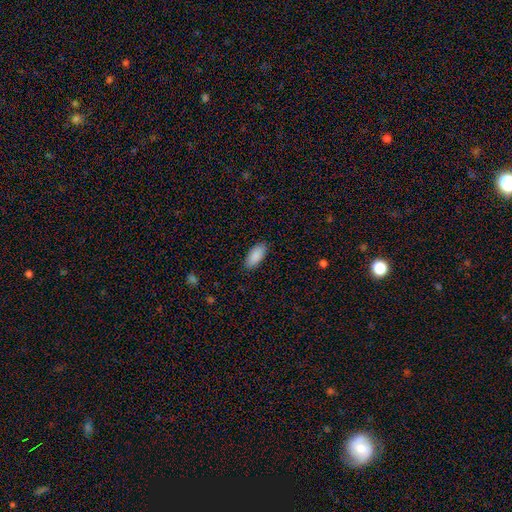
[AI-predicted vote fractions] Overall: smooth (90%). How rounded: in between (91%). Merging: none (88%).